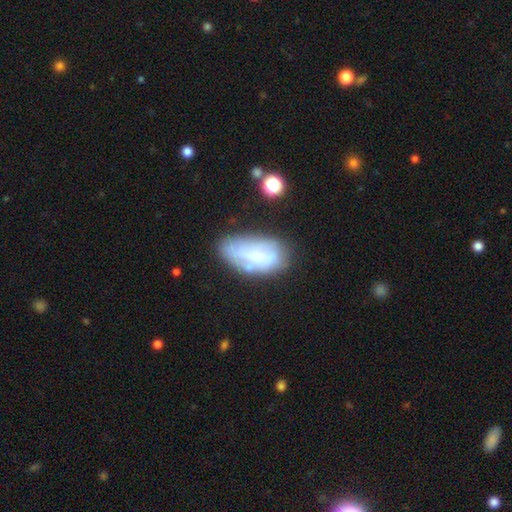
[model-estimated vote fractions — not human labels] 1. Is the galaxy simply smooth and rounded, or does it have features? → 50% smooth, 40% featured or disk, 10% star or artifact.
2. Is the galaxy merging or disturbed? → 51% none, 27% minor disturbance, 14% major disturbance, 9% merger.